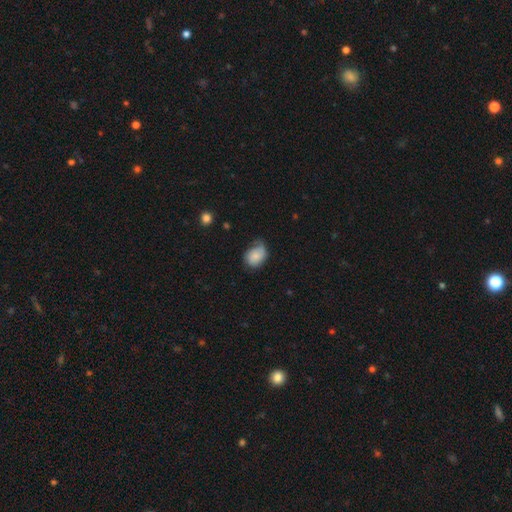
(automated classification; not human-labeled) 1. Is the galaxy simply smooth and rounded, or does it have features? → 71% smooth, 22% featured or disk, 8% star or artifact.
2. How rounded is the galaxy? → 66% in between, 33% round, 1% cigar-shaped.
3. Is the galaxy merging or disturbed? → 43% none, 38% minor disturbance, 16% major disturbance, 2% merger.